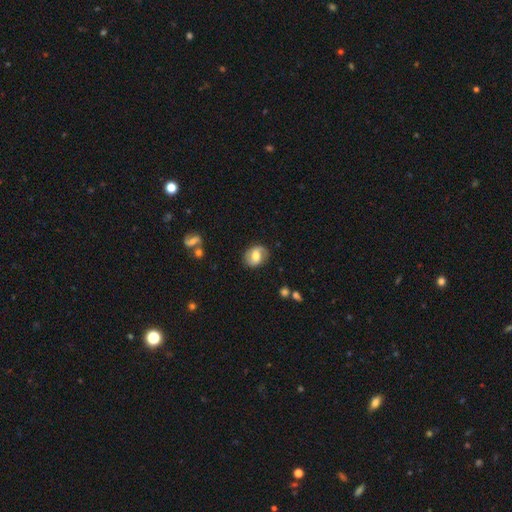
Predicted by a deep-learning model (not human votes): Smooth or featured: featured or disk — 48% (smooth — 44%)
Merging: none — 80% (minor disturbance — 14%)